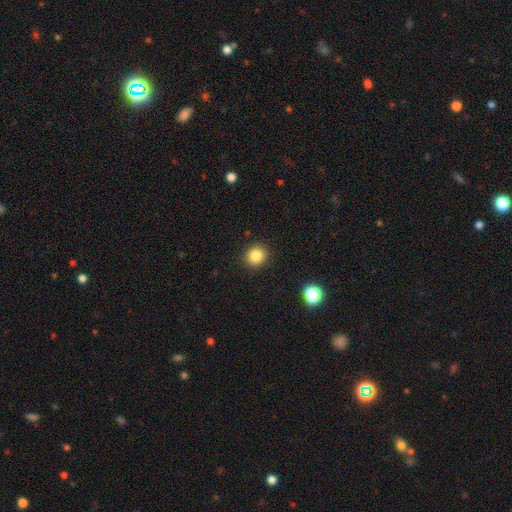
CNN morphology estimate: smooth-or-featured: smooth: 84% | star or artifact: 11% | featured or disk: 5%
  how-rounded: round: 87% | in between: 12% | cigar-shaped: 1%
  merging: none: 90% | minor disturbance: 6% | major disturbance: 2% | merger: 1%